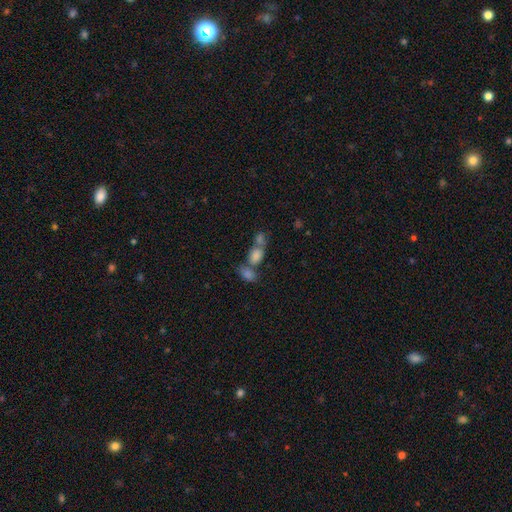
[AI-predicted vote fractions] Smooth or featured: smooth — 74% (star or artifact — 13%)
How rounded: in between — 70% (round — 26%)
Merging: merger — 58% (none — 29%)